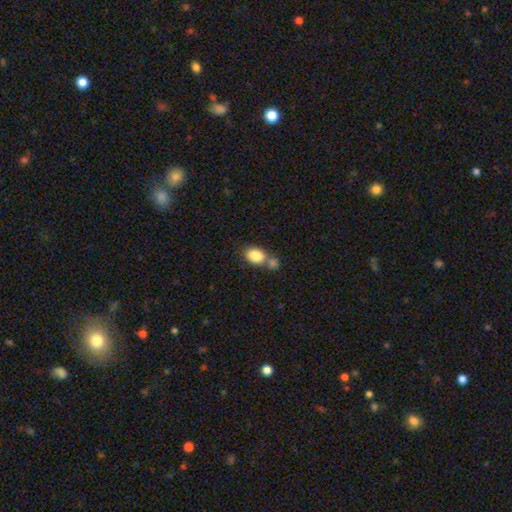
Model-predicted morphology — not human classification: This is clearly a smooth galaxy (84%). How rounded: likely in between (74%). Merging: marginally none (44%).